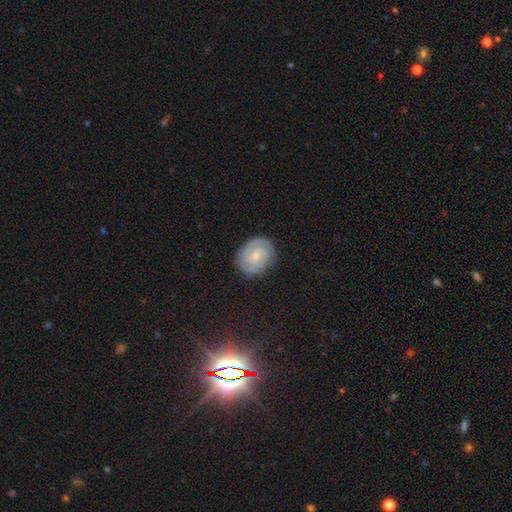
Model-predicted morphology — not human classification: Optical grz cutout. It shows a featured or disk galaxy (83%) with no bar (57%), 2 (66%) tight (74%) spiral arms (97%) and a small central bulge (55%). Merging: none (84%).